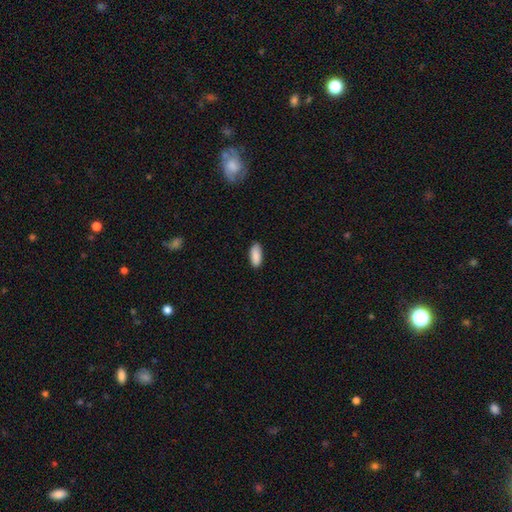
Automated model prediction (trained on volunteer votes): Smooth or featured? smooth (90%)
How rounded? in between (83%)
Merging? none (87%)